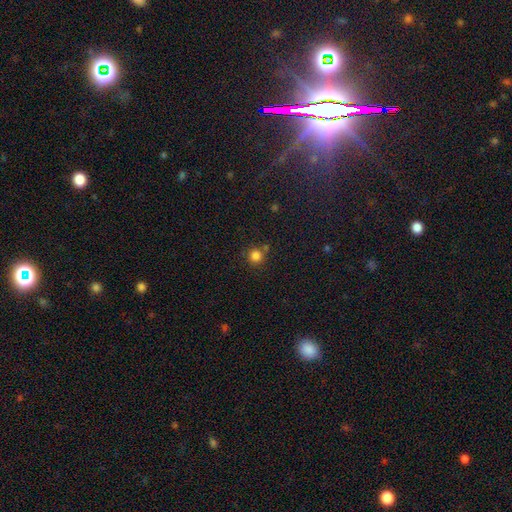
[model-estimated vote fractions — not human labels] Smooth or featured: smooth — 82% (star or artifact — 13%)
How rounded: round — 94% (in between — 5%)
Merging: none — 76% (merger — 11%)